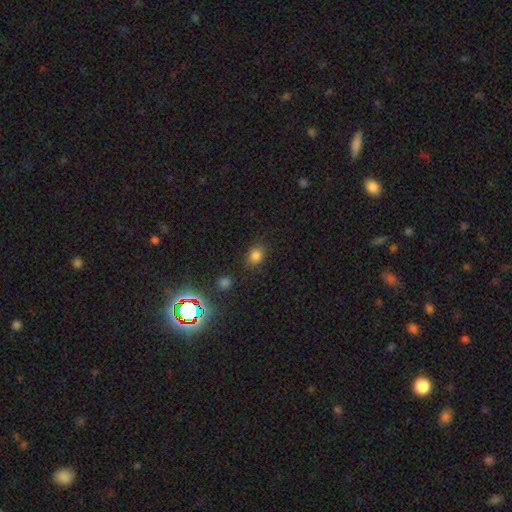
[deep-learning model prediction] Smooth or featured? smooth (77%)
How rounded? in between (52%)
Merging? none (81%)